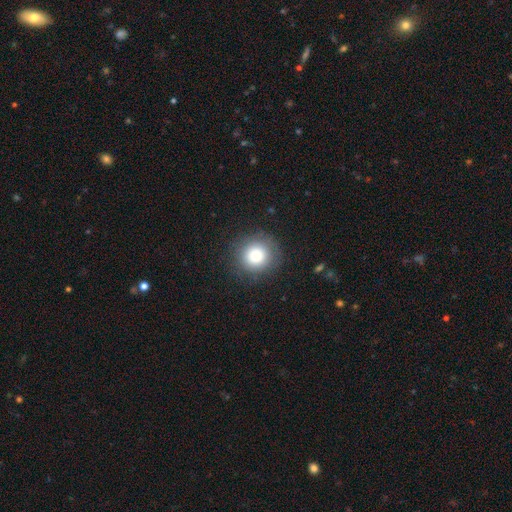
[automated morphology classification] Q: Smooth or featured?
A: smooth (75%); runner-up: featured or disk (13%)
Q: How rounded?
A: round (93%); runner-up: in between (6%)
Q: Merging?
A: none (87%); runner-up: minor disturbance (8%)